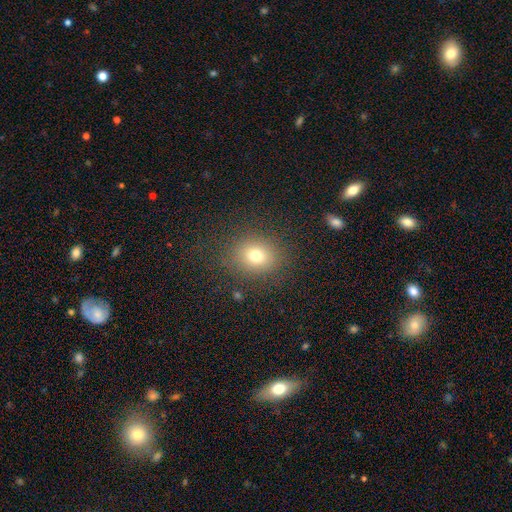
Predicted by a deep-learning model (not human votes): smooth-or-featured: smooth: 73% | star or artifact: 16% | featured or disk: 11%
  how-rounded: round: 70% | in between: 29% | cigar-shaped: 1%
  merging: none: 83% | minor disturbance: 10% | major disturbance: 5% | merger: 1%